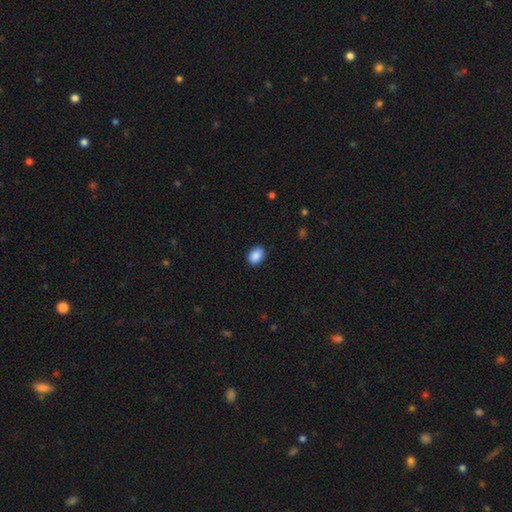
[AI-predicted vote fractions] The model was most divided on "how rounded": in between: 82%, round: 17%, cigar-shaped: 1%. More confident: smooth or featured — smooth (90%); merging — none (89%).